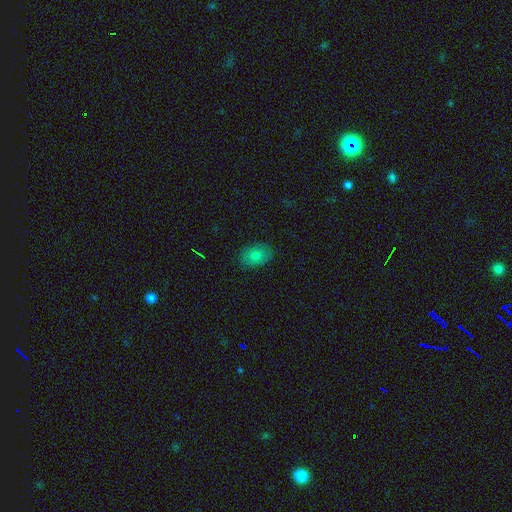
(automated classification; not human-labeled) A smooth galaxy with no disk features (75%) that is in between round and cigar-shaped (77%). Merging: none (85%).